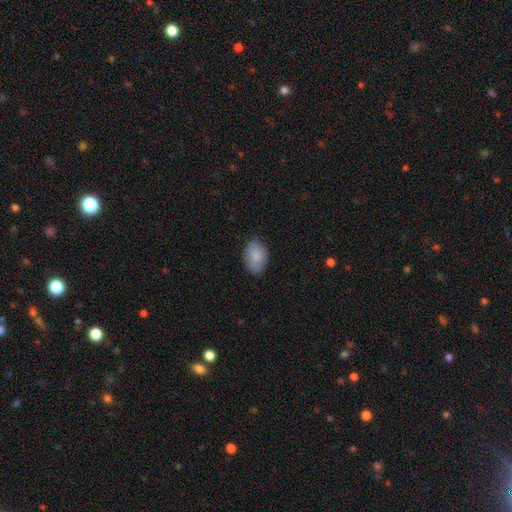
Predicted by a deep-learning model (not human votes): Smooth or featured?
  - smooth: 87% *
  - star or artifact: 7%
  - featured or disk: 6%
How rounded?
  - in between: 87% *
  - round: 12%
  - cigar-shaped: 1%
Merging?
  - none: 77% *
  - minor disturbance: 19%
  - major disturbance: 4%
  - merger: 1%